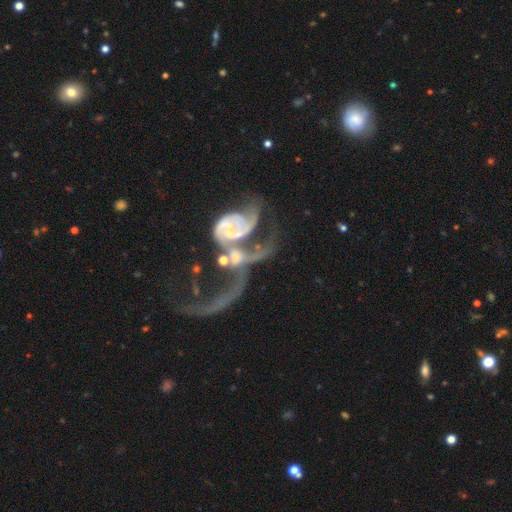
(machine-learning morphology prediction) The model was most divided on "spiral winding": loose: 48%, medium: 30%, tight: 22%. Remaining: edge-on disk — no (96%); spiral arms — yes (82%); smooth or featured — featured or disk (82%); bar — no (62%); merging — merger (56%); bulge size — small (53%); spiral arm count — 2 (45%).